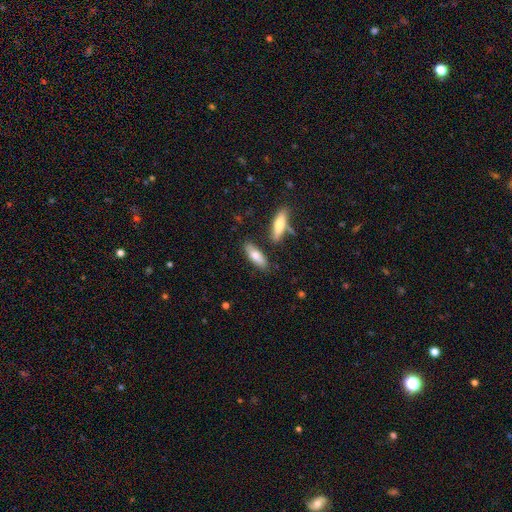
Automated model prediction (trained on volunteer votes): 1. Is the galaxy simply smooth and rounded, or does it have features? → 76% smooth, 18% featured or disk, 6% star or artifact.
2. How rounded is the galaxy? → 61% in between, 37% cigar-shaped, 2% round.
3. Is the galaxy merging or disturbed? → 77% none, 13% minor disturbance, 7% merger, 3% major disturbance.